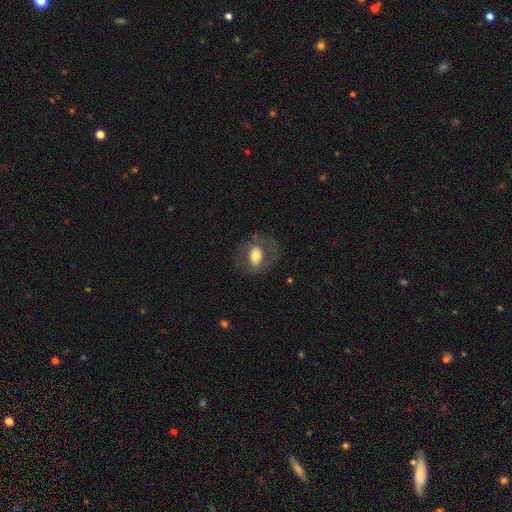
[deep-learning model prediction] Smooth or featured?
  - smooth: 51% *
  - featured or disk: 42%
  - star or artifact: 7%
How rounded?
  - in between: 60% *
  - round: 38%
  - cigar-shaped: 1%
Merging?
  - none: 74% *
  - minor disturbance: 14%
  - major disturbance: 11%
  - merger: 1%